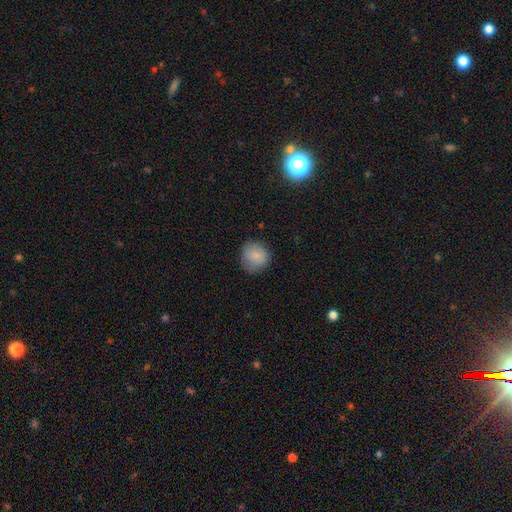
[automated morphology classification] This appears to be a smooth galaxy with no disk features (84%) that is round (89%). Merging: none (78%).